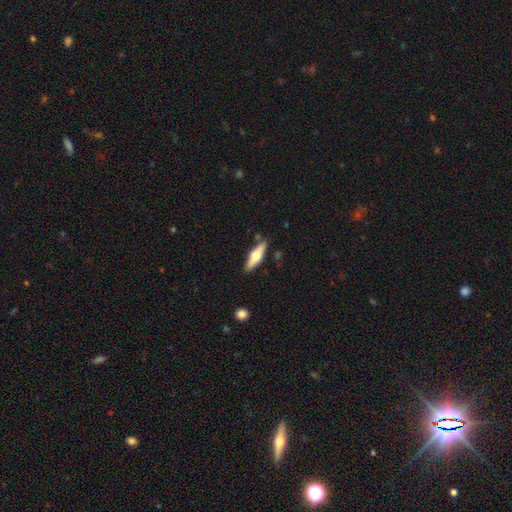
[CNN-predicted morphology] A featured or disk galaxy (51%) viewed edge-on (93%). Merging: none (84%).